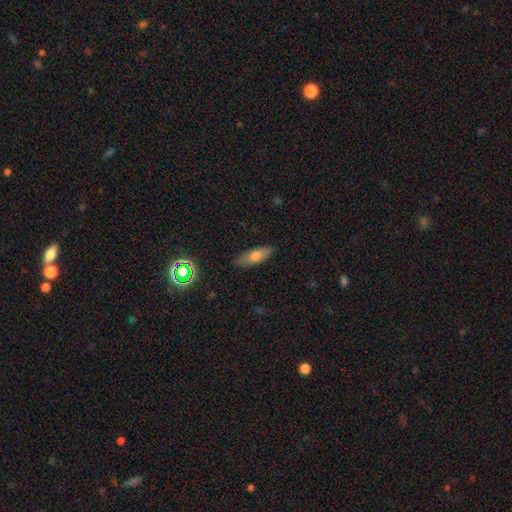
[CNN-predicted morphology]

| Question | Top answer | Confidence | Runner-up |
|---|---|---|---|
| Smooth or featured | smooth | 70% | featured or disk (21%) |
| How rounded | in between | 66% | cigar-shaped (31%) |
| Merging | none | 84% | minor disturbance (13%) |